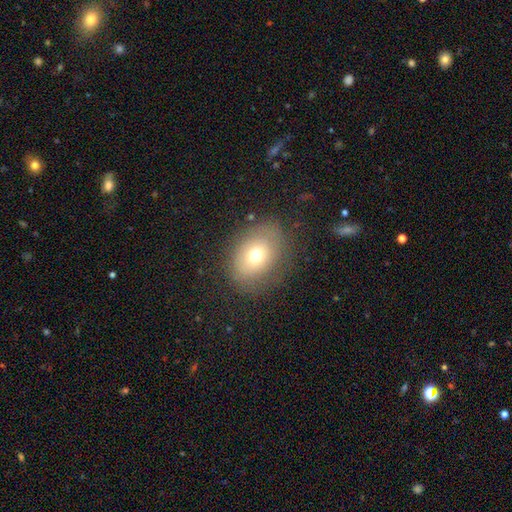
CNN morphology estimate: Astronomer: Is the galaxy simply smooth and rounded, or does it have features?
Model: smooth — 68%.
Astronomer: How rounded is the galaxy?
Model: in between — 62% (runner-up: round, 37%).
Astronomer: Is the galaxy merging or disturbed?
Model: none — 76%.